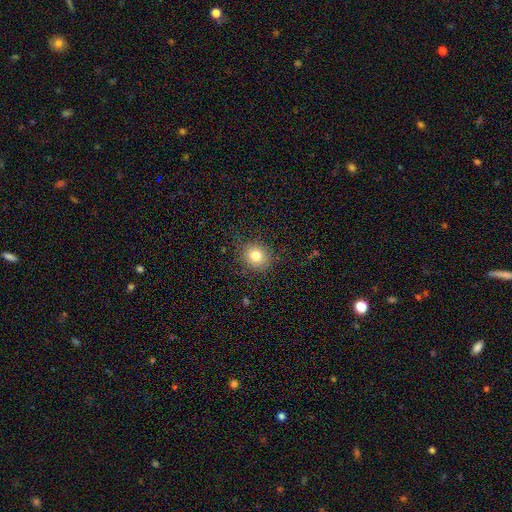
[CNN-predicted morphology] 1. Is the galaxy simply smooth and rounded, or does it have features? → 79% smooth, 13% star or artifact, 8% featured or disk.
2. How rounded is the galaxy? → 88% round, 12% in between, 1% cigar-shaped.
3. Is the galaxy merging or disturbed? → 87% none, 9% minor disturbance, 3% major disturbance, 1% merger.